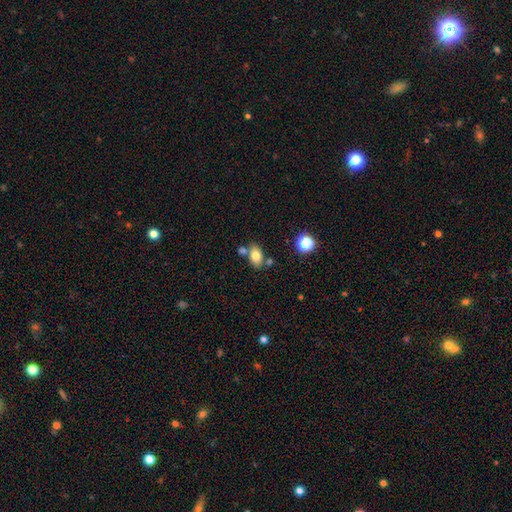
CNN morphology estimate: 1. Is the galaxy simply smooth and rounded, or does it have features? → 77% smooth, 12% featured or disk, 11% star or artifact.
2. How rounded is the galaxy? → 81% in between, 17% round, 2% cigar-shaped.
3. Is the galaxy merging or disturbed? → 63% none, 19% merger, 14% minor disturbance, 4% major disturbance.